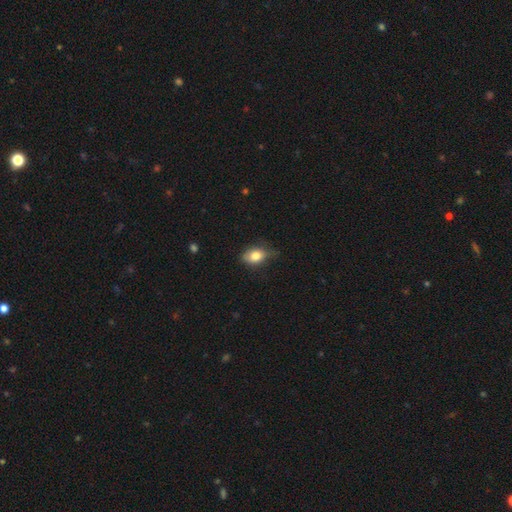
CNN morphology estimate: Q: Smooth or featured?
A: smooth (79%); runner-up: featured or disk (12%)
Q: How rounded?
A: in between (75%); runner-up: round (23%)
Q: Merging?
A: none (58%); runner-up: minor disturbance (33%)